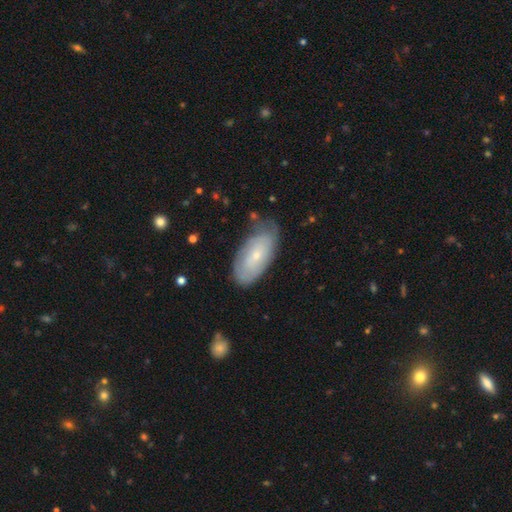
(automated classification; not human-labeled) featured or disk 48%, smooth 45%, star or artifact 7%. Down the decision tree: merging — none (68%).